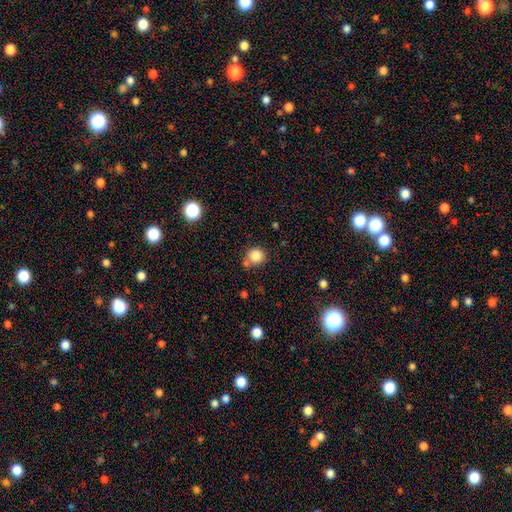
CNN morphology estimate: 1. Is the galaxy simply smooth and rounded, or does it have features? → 84% smooth, 11% star or artifact, 5% featured or disk.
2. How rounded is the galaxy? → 89% round, 10% in between, 1% cigar-shaped.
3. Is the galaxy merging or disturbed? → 68% none, 17% merger, 12% minor disturbance, 4% major disturbance.